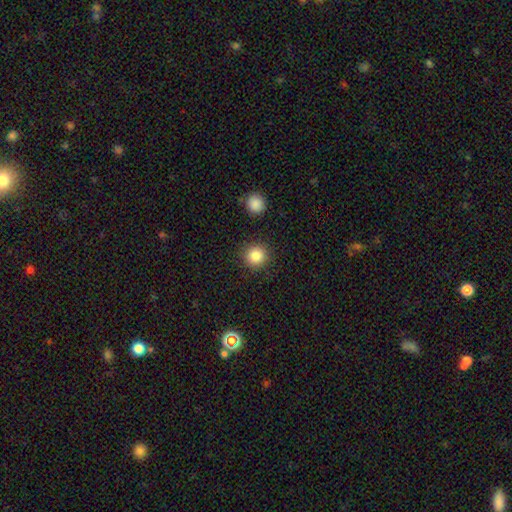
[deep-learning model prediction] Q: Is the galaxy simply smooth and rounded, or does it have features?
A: smooth — 86%.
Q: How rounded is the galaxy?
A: round — 92%.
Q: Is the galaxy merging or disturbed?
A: none — 89%.